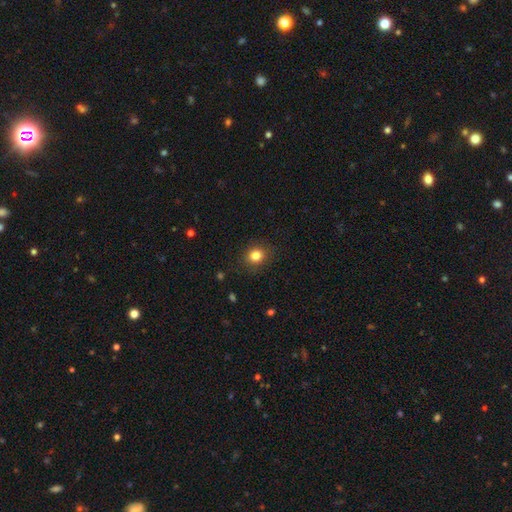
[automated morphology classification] Smooth or featured? Predicted: smooth (p=0.84). How rounded? Predicted: round (p=0.81). Merging? Predicted: none (p=0.86).